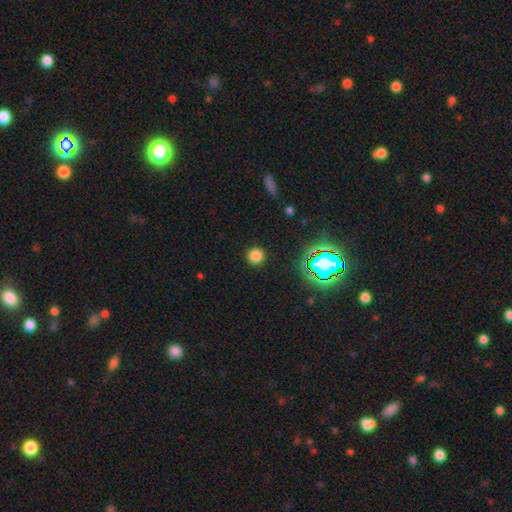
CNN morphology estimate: A smooth galaxy with no disk features (77%) that is round (94%). Merging: none (90%).